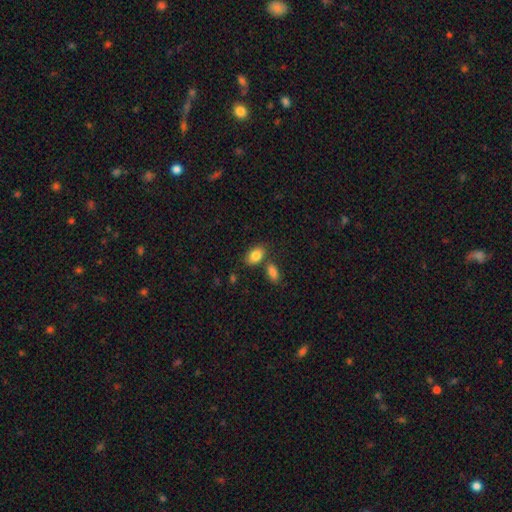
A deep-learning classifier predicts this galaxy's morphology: smooth 86%, star or artifact 7%, featured or disk 7%. Down the decision tree: how rounded — in between (88%); merging — none (69%).